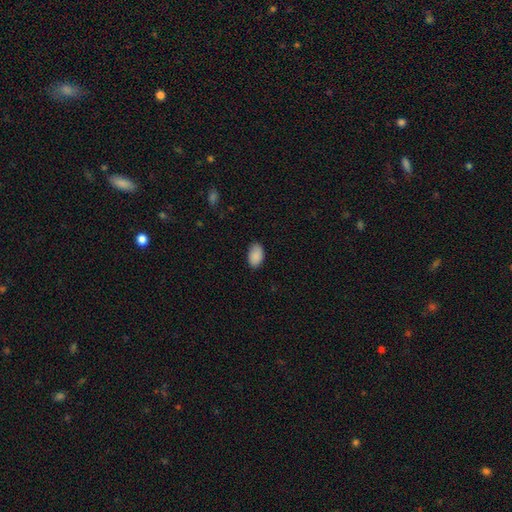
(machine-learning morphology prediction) Smooth or featured?
  - smooth: 90% *
  - star or artifact: 7%
  - featured or disk: 4%
How rounded?
  - in between: 93% *
  - round: 6%
  - cigar-shaped: 1%
Merging?
  - none: 84% *
  - minor disturbance: 13%
  - major disturbance: 2%
  - merger: 1%